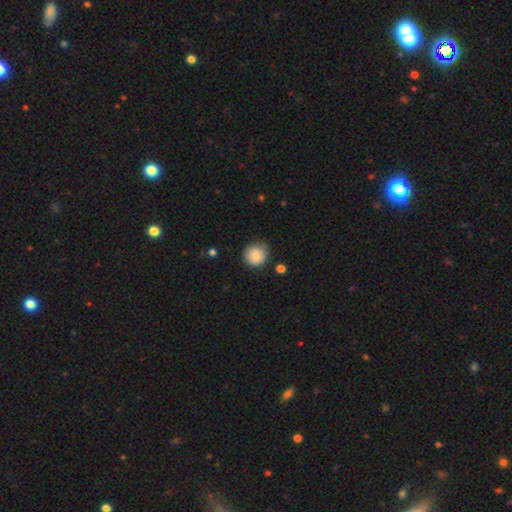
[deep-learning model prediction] A smooth galaxy with no disk features (83%) that is round (92%).

Vote fractions:
- Smooth or featured? smooth: 83% / featured or disk: 9% / star or artifact: 8%
- How rounded? round: 92% / in between: 7% / cigar-shaped: 1%
- Merging? none: 78% / minor disturbance: 17% / major disturbance: 3% / merger: 2%